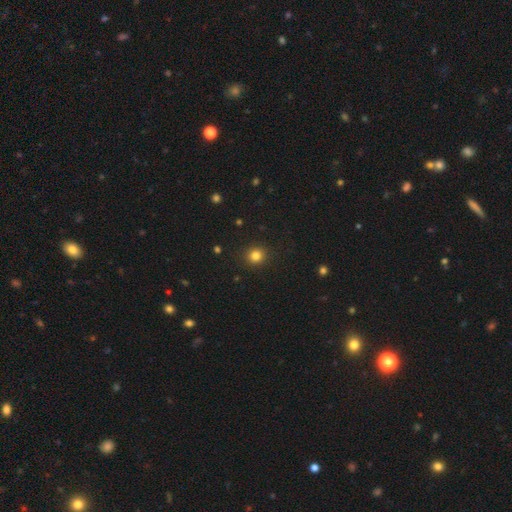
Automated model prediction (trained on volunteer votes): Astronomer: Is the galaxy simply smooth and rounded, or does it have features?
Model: smooth — 83%.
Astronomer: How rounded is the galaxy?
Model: round — 88%.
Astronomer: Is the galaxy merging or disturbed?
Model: none — 91%.